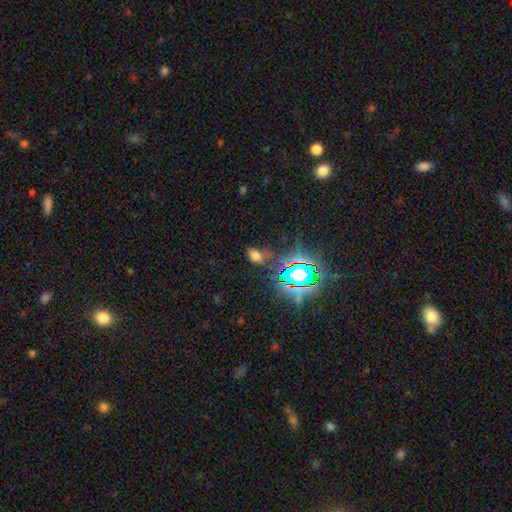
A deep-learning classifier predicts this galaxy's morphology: Q: Smooth or featured?
A: smooth (57%); runner-up: star or artifact (33%)
Q: How rounded?
A: in between (77%); runner-up: round (21%)
Q: Merging?
A: none (63%); runner-up: minor disturbance (19%)